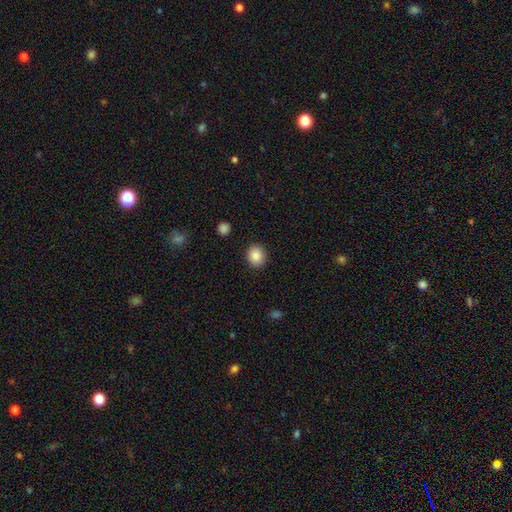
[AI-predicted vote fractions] Overall: smooth (87%). How rounded: round (78%). Merging: none (90%).